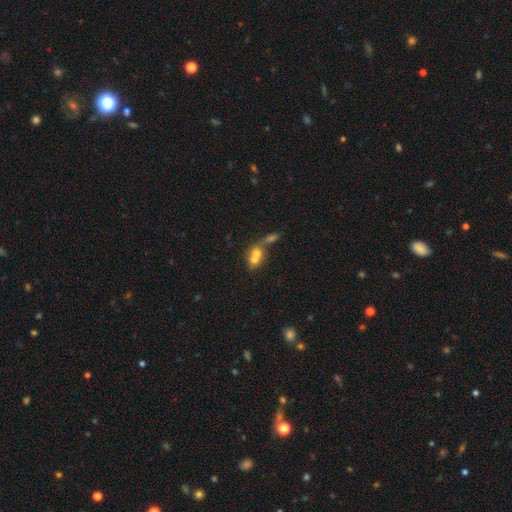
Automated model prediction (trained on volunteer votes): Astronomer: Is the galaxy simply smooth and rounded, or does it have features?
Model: smooth — 65%.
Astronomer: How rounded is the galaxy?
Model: round — 51% (runner-up: in between, 46%).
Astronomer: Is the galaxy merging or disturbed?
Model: merger — 74%.